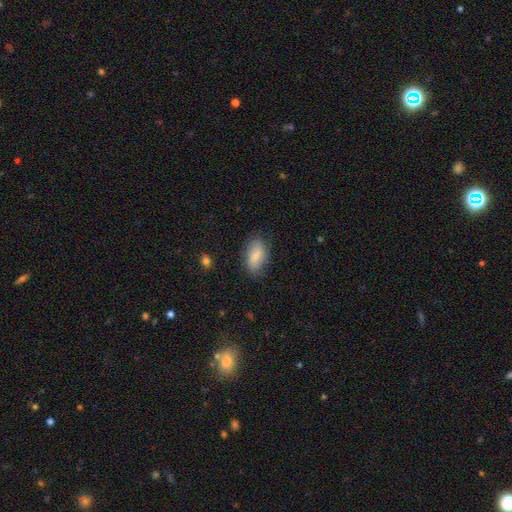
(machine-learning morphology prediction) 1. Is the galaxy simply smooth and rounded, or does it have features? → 78% smooth, 15% featured or disk, 7% star or artifact.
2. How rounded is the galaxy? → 92% in between, 4% round, 3% cigar-shaped.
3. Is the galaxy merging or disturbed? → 74% none, 19% minor disturbance, 5% major disturbance, 1% merger.